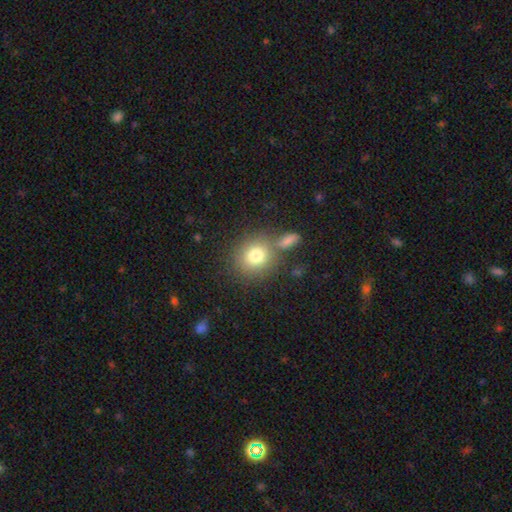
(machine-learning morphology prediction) This is likely a smooth galaxy (79%). How rounded: clearly round (81%). Merging: likely none (68%).